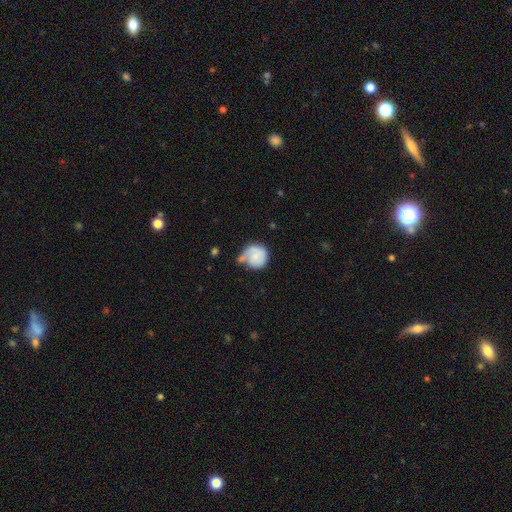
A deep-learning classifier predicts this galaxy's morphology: This appears to be a smooth galaxy with no disk features (61%) that is round (85%). Merging: none (39%).